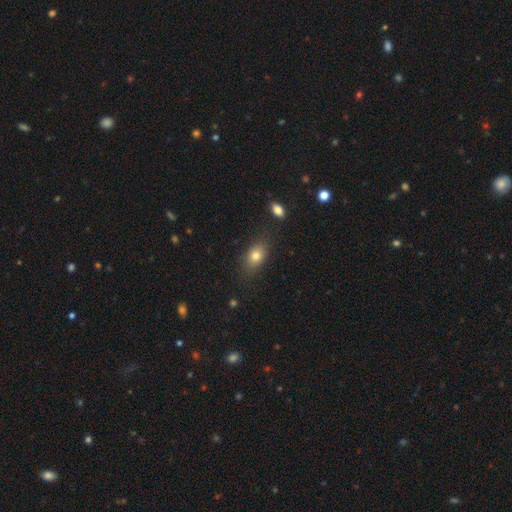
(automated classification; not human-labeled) A smooth galaxy with no disk features (77%) that is in between round and cigar-shaped (79%).

Vote fractions:
- Smooth or featured? smooth: 77% / featured or disk: 13% / star or artifact: 10%
- How rounded? in between: 79% / round: 17% / cigar-shaped: 4%
- Merging? none: 78% / minor disturbance: 15% / major disturbance: 4% / merger: 3%